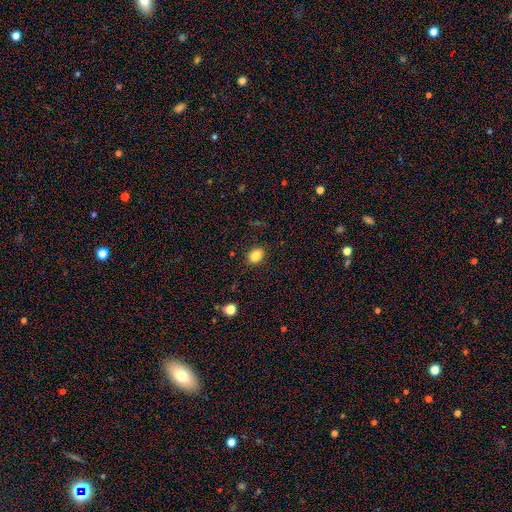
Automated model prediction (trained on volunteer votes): A smooth galaxy with no disk features (84%) that is in between round and cigar-shaped (66%).

Vote fractions:
- Smooth or featured? smooth: 84% / star or artifact: 10% / featured or disk: 5%
- How rounded? in between: 66% / round: 33% / cigar-shaped: 1%
- Merging? none: 88% / minor disturbance: 9% / major disturbance: 2% / merger: 1%